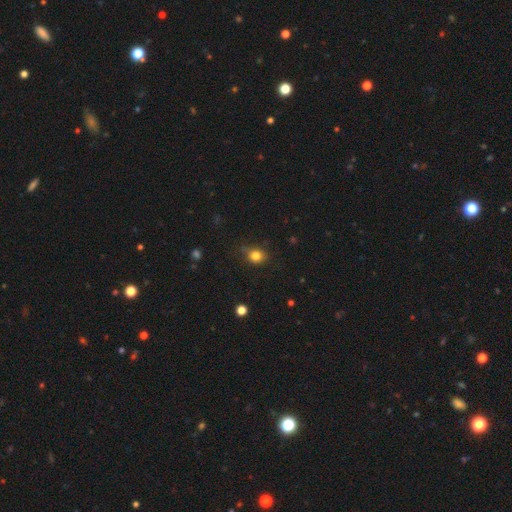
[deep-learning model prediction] Overall: smooth (81%). How rounded: round (70%). Merging: none (72%).